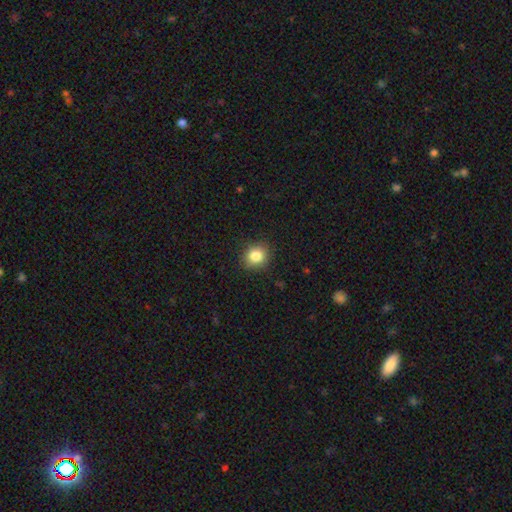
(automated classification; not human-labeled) smooth-or-featured: smooth: 84% | star or artifact: 10% | featured or disk: 6%
  how-rounded: round: 73% | in between: 26% | cigar-shaped: 1%
  merging: none: 86% | minor disturbance: 10% | major disturbance: 2% | merger: 1%